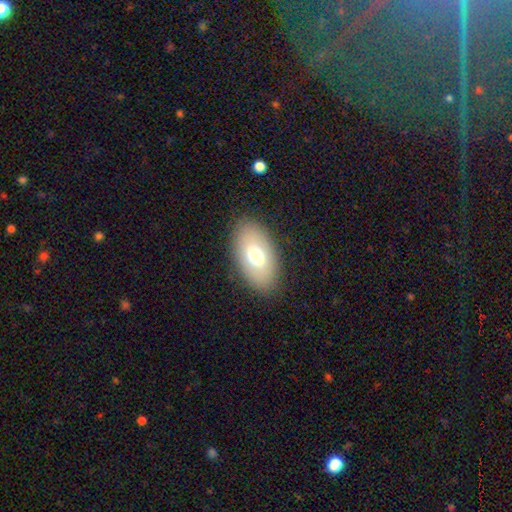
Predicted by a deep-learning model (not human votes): Smooth or featured?
  - smooth: 69% *
  - featured or disk: 22%
  - star or artifact: 9%
How rounded?
  - in between: 92% *
  - round: 7%
  - cigar-shaped: 2%
Merging?
  - none: 86% *
  - minor disturbance: 9%
  - major disturbance: 4%
  - merger: 1%